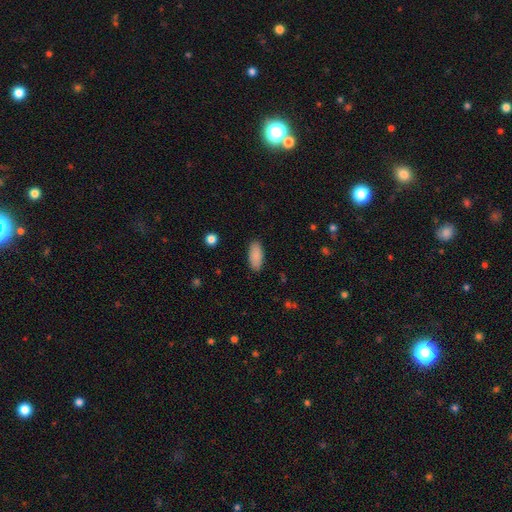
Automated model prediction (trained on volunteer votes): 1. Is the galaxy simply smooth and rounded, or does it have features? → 89% smooth, 6% star or artifact, 4% featured or disk.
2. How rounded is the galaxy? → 87% in between, 11% cigar-shaped, 2% round.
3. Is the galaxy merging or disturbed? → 88% none, 8% minor disturbance, 2% major disturbance, 1% merger.